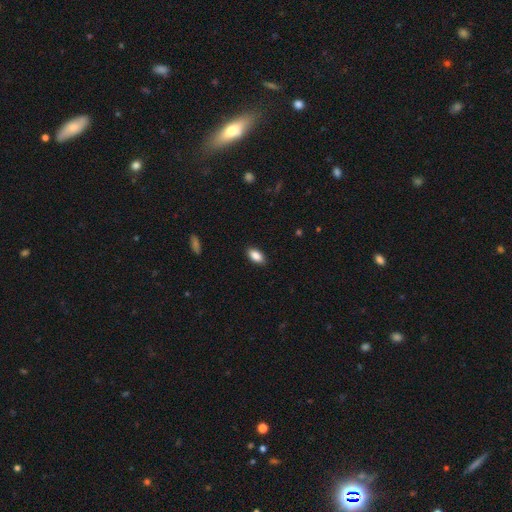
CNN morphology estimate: smooth 88%, star or artifact 7%, featured or disk 5%. Down the decision tree: how rounded — in between (92%); merging — none (88%).